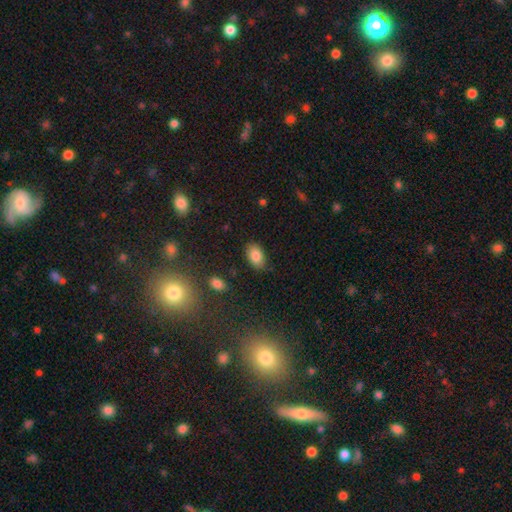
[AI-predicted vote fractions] Smooth or featured? Predicted: smooth (p=0.84). How rounded? Predicted: in between (p=0.91). Merging? Predicted: none (p=0.82).